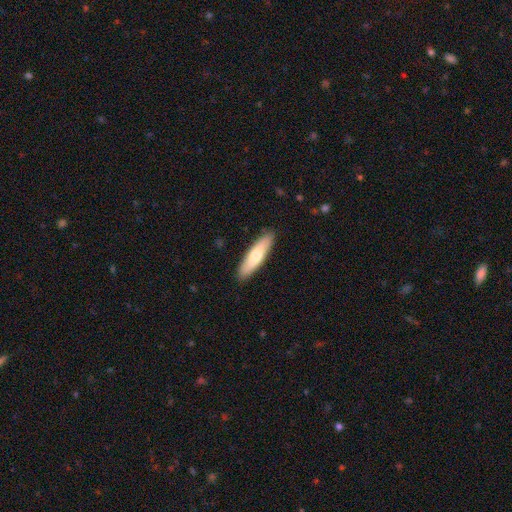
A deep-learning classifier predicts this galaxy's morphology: Overall: smooth (72%). How rounded: cigar-shaped (69%; in between 29%). Merging: none (89%).